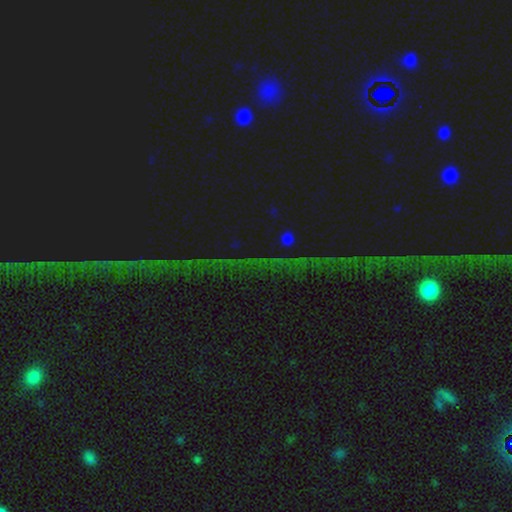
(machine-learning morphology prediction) type=star or artifact (78%).